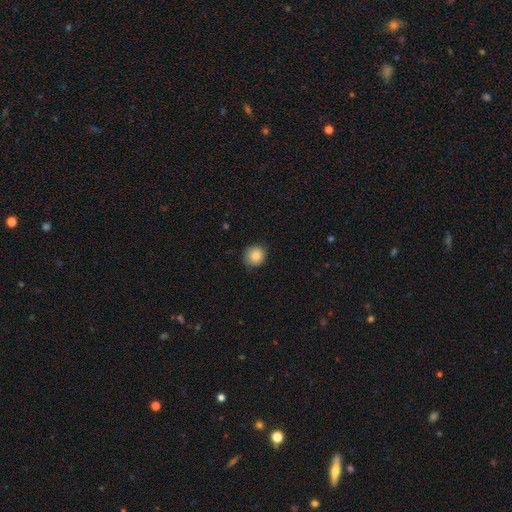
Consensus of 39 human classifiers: A smooth galaxy with no disk features (87%) that is round (94%). Merging: none (78%).